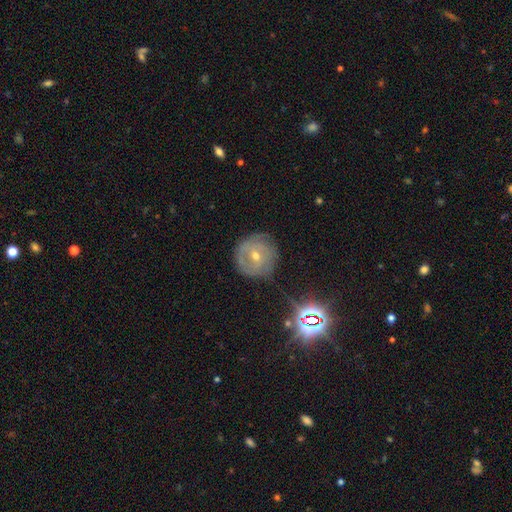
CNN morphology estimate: smooth-or-featured: featured or disk: 67% | smooth: 19% | star or artifact: 15%
  disk-edge-on: no: 96% | yes: 4%
    bar: no: 53% | weak: 34% | strong: 13%
    has-spiral-arms: yes: 78% | no: 22%
    bulge-size: small: 52% | moderate: 45% | large: 1% | none: 1% | dominant: 1%
  merging: none: 76% | minor disturbance: 17% | major disturbance: 6% | merger: 2%